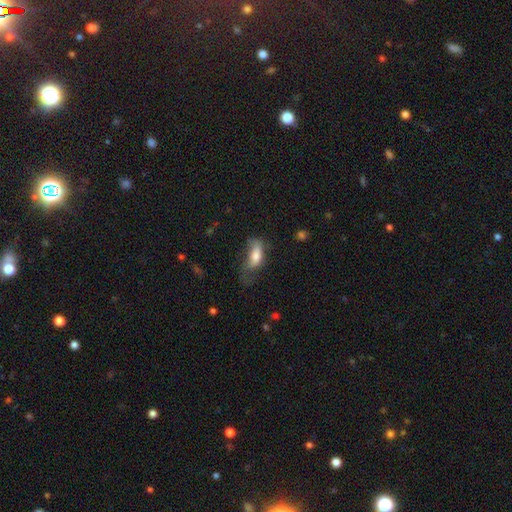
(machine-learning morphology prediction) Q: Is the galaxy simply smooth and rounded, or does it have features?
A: smooth — 70%.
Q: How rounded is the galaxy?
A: in between — 78%.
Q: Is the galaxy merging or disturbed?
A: major disturbance — 42%.